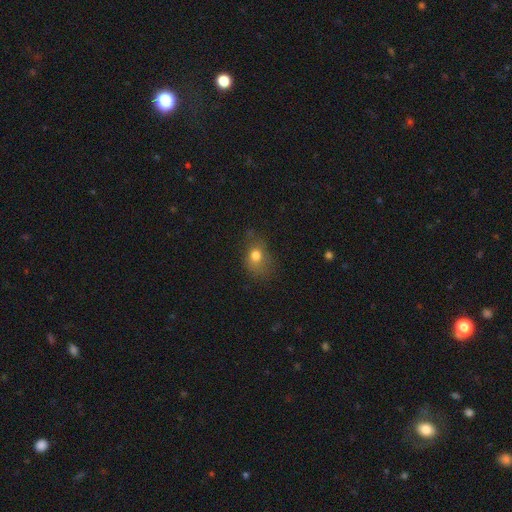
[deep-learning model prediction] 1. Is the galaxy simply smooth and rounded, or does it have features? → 74% smooth, 14% star or artifact, 13% featured or disk.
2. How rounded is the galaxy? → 55% in between, 43% round, 2% cigar-shaped.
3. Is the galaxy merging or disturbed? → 52% none, 30% minor disturbance, 16% major disturbance, 3% merger.